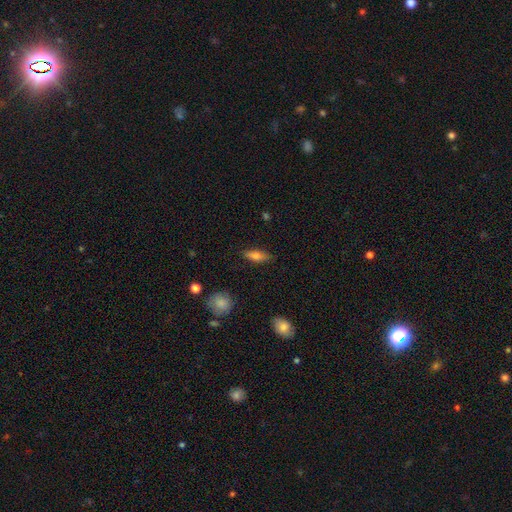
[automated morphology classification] smooth-or-featured: smooth: 72% | featured or disk: 21% | star or artifact: 8%
  how-rounded: in between: 60% | cigar-shaped: 37% | round: 3%
  merging: none: 84% | minor disturbance: 12% | major disturbance: 3% | merger: 1%